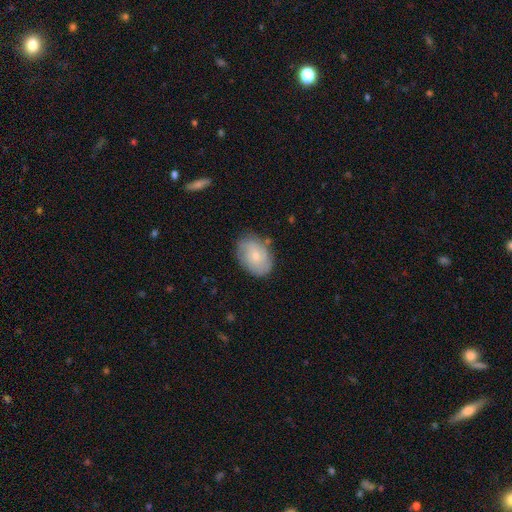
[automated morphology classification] Smooth or featured? Predicted: smooth (p=0.57). How rounded? Predicted: in between (p=0.80). Merging? Predicted: none (p=0.75).